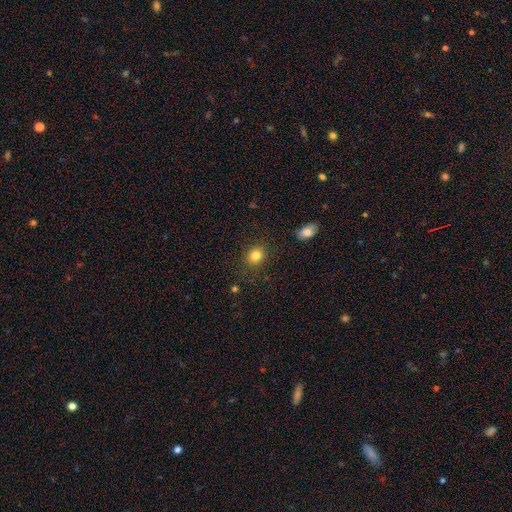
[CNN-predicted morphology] This appears to be a smooth galaxy with no disk features (82%) that is round (73%). Merging: none (87%).